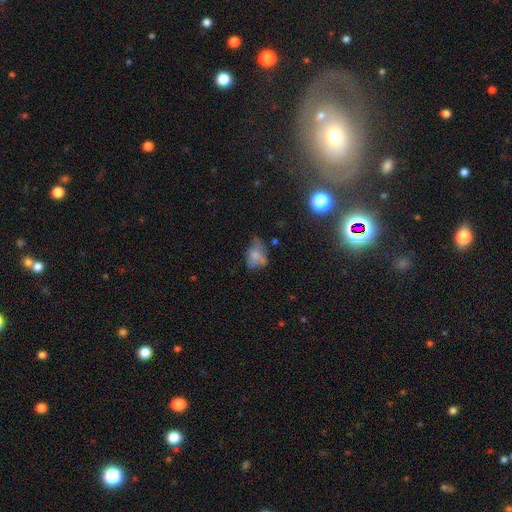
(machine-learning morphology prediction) Smooth or featured? smooth (63%)
How rounded? in between (75%)
Merging? minor disturbance (34%)